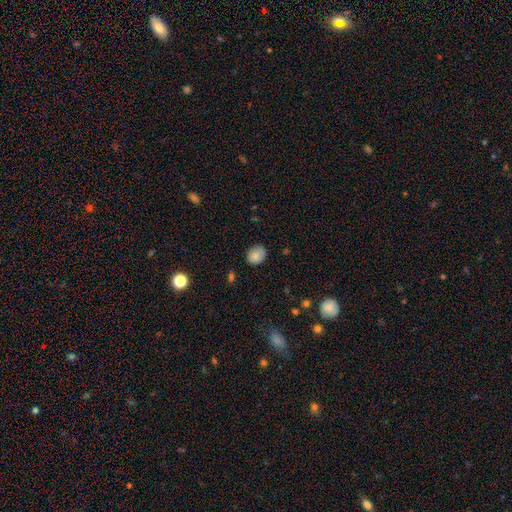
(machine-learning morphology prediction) smooth_or_featured: smooth (p=0.81) [alt: featured or disk p=0.10]
how_rounded: in between (p=0.52) [alt: round p=0.47]
merging: none (p=0.76) [alt: minor disturbance p=0.19]